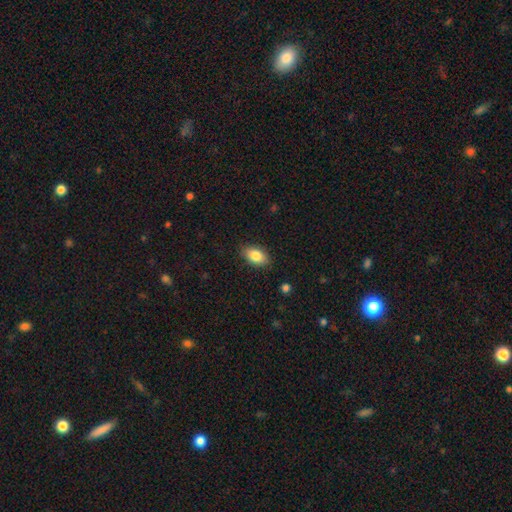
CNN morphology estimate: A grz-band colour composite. It shows a smooth galaxy with no disk features (84%) that is in between round and cigar-shaped (90%). Merging: none (86%).